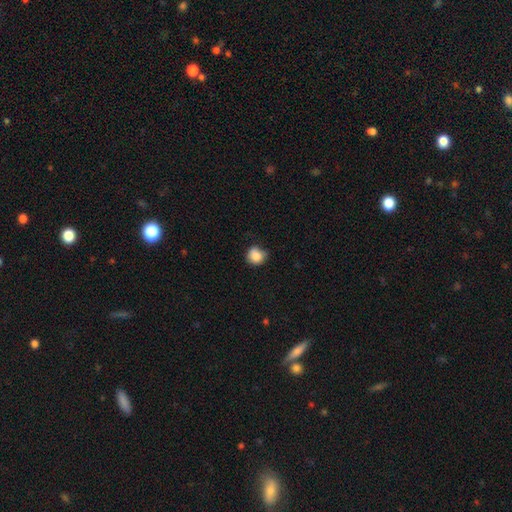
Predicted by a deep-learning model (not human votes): Smooth or featured? Predicted: smooth (p=0.84). How rounded? Predicted: round (p=0.86). Merging? Predicted: none (p=0.63).